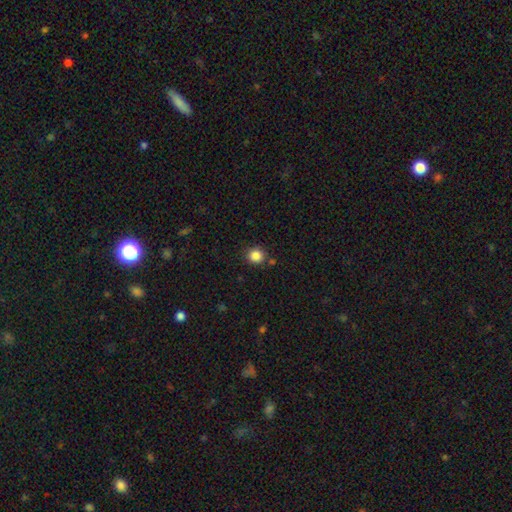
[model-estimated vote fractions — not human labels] Smooth or featured?
  - smooth: 86% *
  - star or artifact: 11%
  - featured or disk: 3%
How rounded?
  - round: 90% *
  - in between: 9%
  - cigar-shaped: 1%
Merging?
  - none: 84% *
  - minor disturbance: 9%
  - merger: 4%
  - major disturbance: 3%